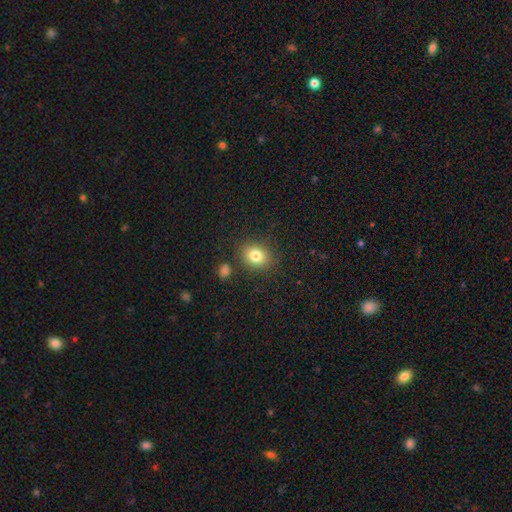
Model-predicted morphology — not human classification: Q: Smooth or featured?
A: smooth (81%); runner-up: star or artifact (11%)
Q: How rounded?
A: round (66%); runner-up: in between (33%)
Q: Merging?
A: none (83%); runner-up: minor disturbance (10%)